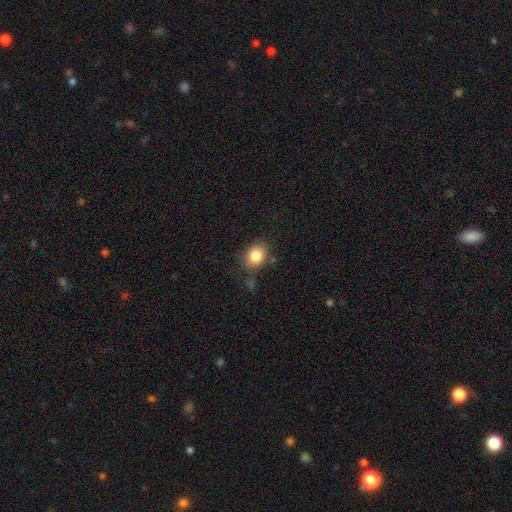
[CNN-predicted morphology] Smooth or featured? smooth (85%)
How rounded? round (53%)
Merging? none (72%)